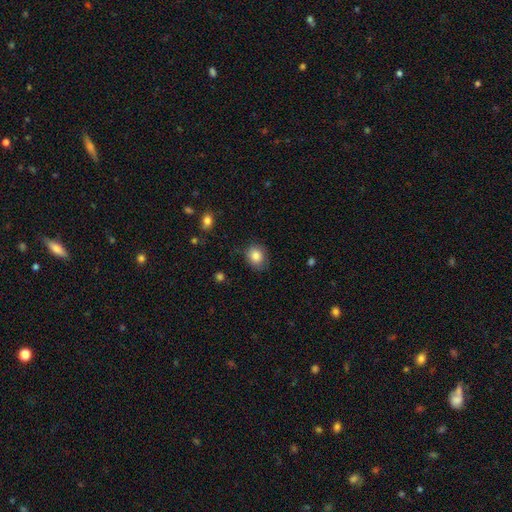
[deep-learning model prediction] This appears to be a smooth galaxy with no disk features (84%) that is round (59%). Merging: none (77%).